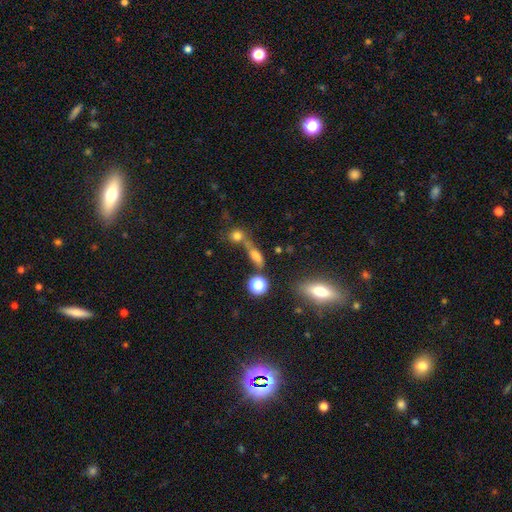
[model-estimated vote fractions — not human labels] This appears to be a smooth galaxy with no disk features (59%) that is in between round and cigar-shaped (43%). Merging: none (44%).